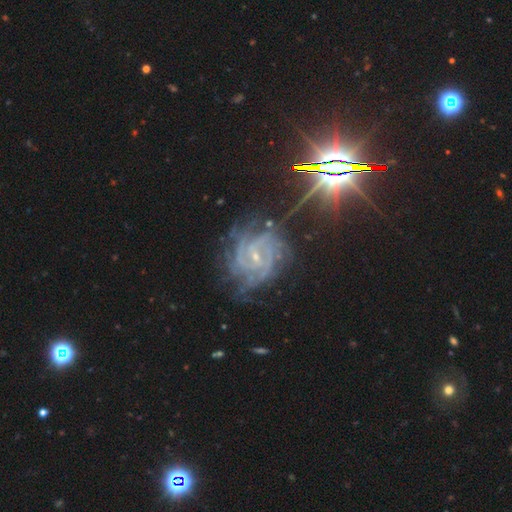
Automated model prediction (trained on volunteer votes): Smooth or featured: featured or disk — 84% (star or artifact — 12%)
Edge-on disk: no — 97% (yes — 3%)
Bar: weak — 45% (no — 32%)
Spiral arms: yes — 98% (no — 2%)
Spiral winding: tight — 62% (medium — 32%)
Spiral arm count: 2 — 24% (can't tell — 23%)
Bulge size: small — 79% (moderate — 16%)
Merging: none — 68% (minor disturbance — 20%)